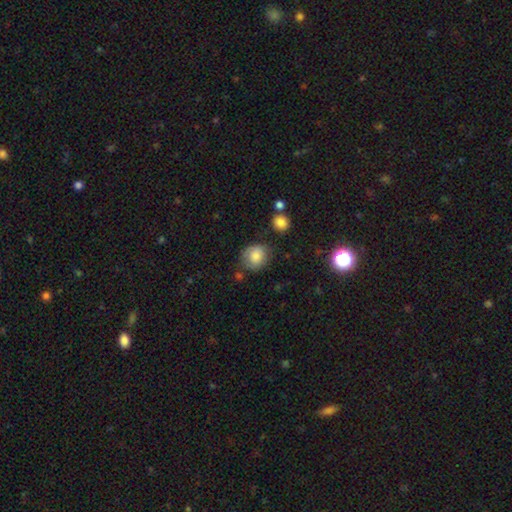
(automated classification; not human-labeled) Overall: smooth (80%). How rounded: round (74%). Merging: none (63%; minor disturbance 24%).